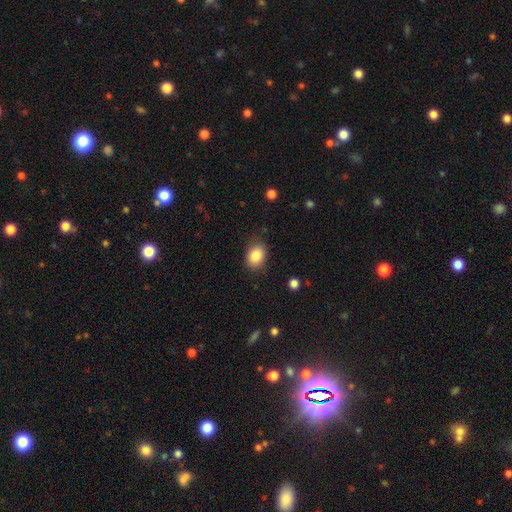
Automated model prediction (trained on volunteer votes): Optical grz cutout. It shows a smooth galaxy with no disk features (85%) that is in between round and cigar-shaped (64%). Merging: none (81%).